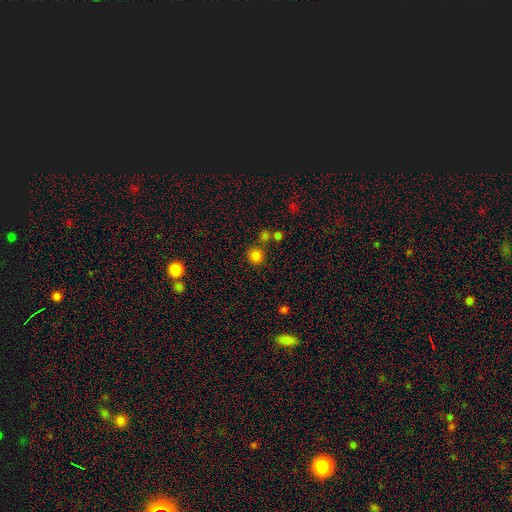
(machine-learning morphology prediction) This is clearly a smooth galaxy (80%). How rounded: clearly round (89%). Merging: likely none (73%).